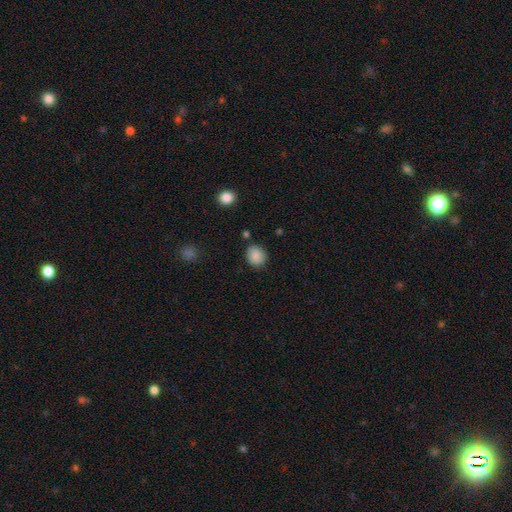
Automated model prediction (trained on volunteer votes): The model was most divided on "how rounded": round: 74%, in between: 25%, cigar-shaped: 1%. More confident: smooth or featured — smooth (87%); merging — none (81%).